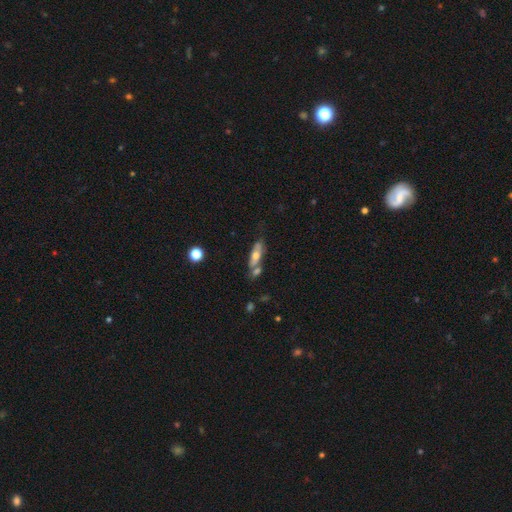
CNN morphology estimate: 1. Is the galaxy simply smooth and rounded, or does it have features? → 49% smooth, 43% featured or disk, 7% star or artifact.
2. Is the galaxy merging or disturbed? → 50% none, 26% merger, 17% minor disturbance, 6% major disturbance.